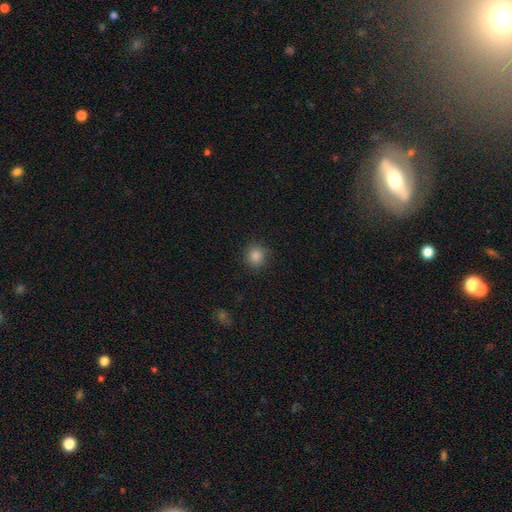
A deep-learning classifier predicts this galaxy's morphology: smooth_or_featured: smooth (p=0.85) [alt: star or artifact p=0.11]
how_rounded: round (p=0.89) [alt: in between p=0.10]
merging: none (p=0.87) [alt: minor disturbance p=0.09]